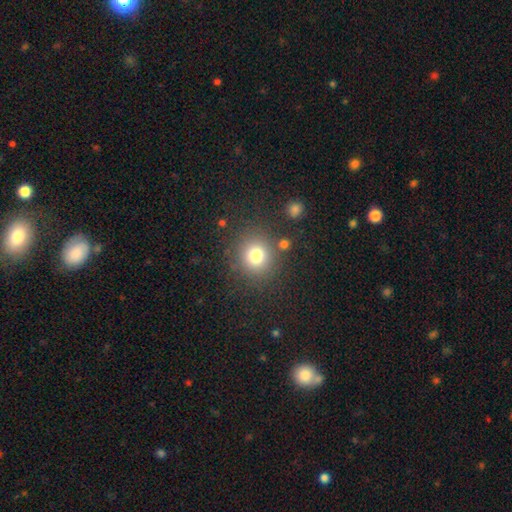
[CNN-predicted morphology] A smooth galaxy with no disk features (78%) that is round (88%).

Vote fractions:
- Smooth or featured? smooth: 78% / star or artifact: 14% / featured or disk: 9%
- How rounded? round: 88% / in between: 11% / cigar-shaped: 1%
- Merging? none: 82% / minor disturbance: 9% / merger: 5% / major disturbance: 4%